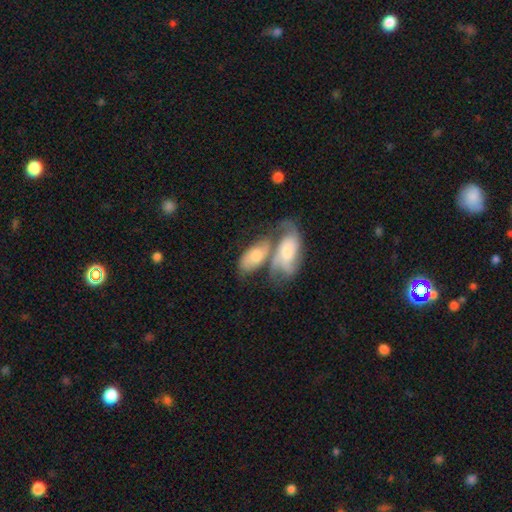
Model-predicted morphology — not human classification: Smooth or featured? Predicted: smooth (p=0.50). How rounded? Predicted: in between (p=0.90). Merging? Predicted: merger (p=0.59).